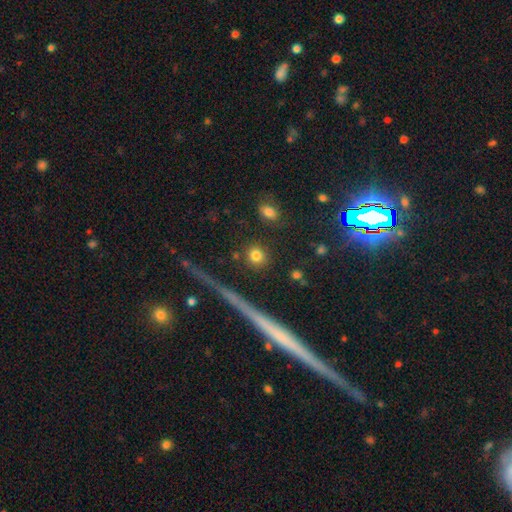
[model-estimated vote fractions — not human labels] smooth-or-featured: smooth: 82% | star or artifact: 11% | featured or disk: 7%
  how-rounded: round: 91% | in between: 7% | cigar-shaped: 2%
  merging: none: 89% | minor disturbance: 6% | merger: 3% | major disturbance: 2%